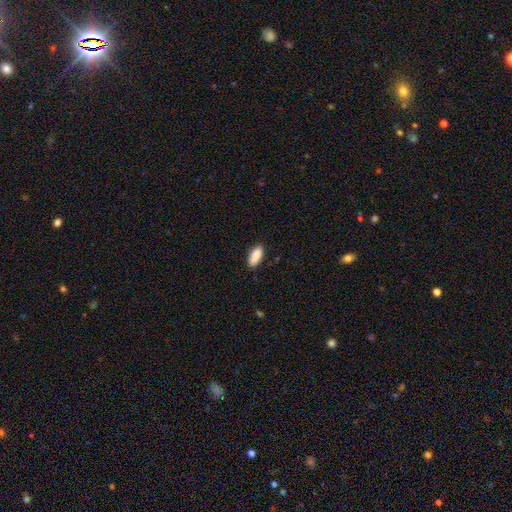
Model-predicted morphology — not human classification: This appears to be a smooth galaxy with no disk features (90%) that is in between round and cigar-shaped (86%). Merging: none (86%).